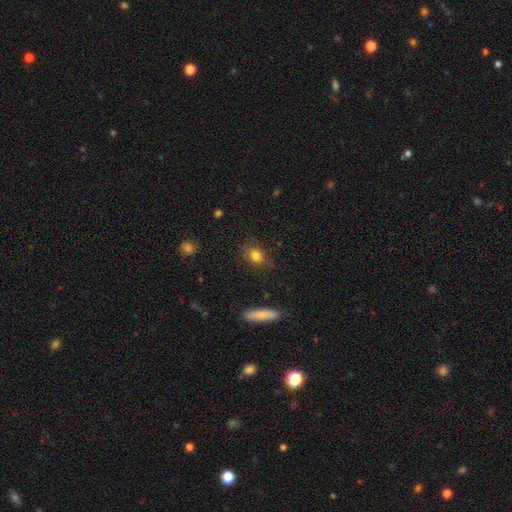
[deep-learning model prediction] Q: Smooth or featured?
A: smooth (82%); runner-up: star or artifact (10%)
Q: How rounded?
A: in between (60%); runner-up: round (36%)
Q: Merging?
A: none (80%); runner-up: minor disturbance (14%)